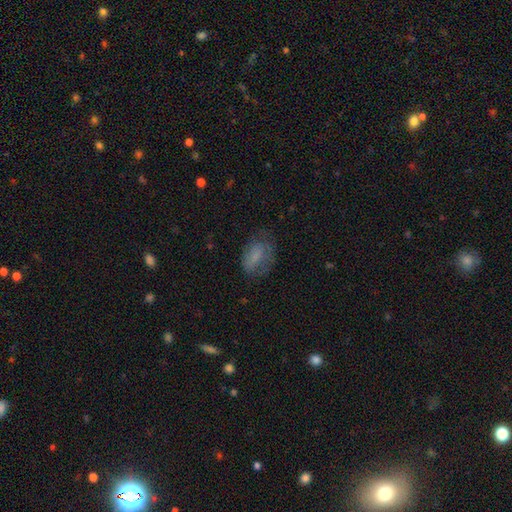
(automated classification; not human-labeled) This appears to be a smooth galaxy with no disk features (64%) that is in between round and cigar-shaped (82%). Merging: none (56%).